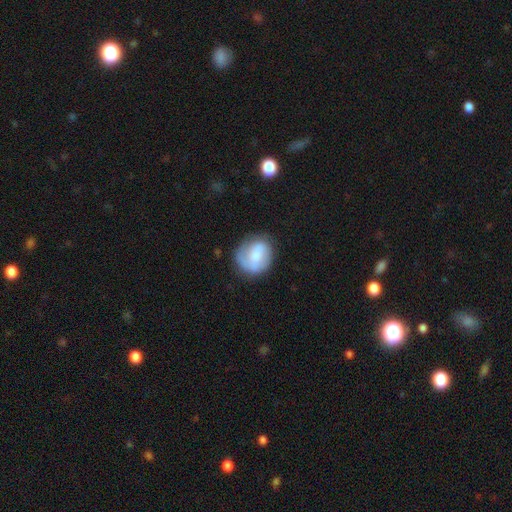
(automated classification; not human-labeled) smooth_or_featured: smooth (p=0.60) [alt: featured or disk p=0.33]
how_rounded: round (p=0.68) [alt: in between p=0.31]
merging: none (p=0.61) [alt: minor disturbance p=0.25]